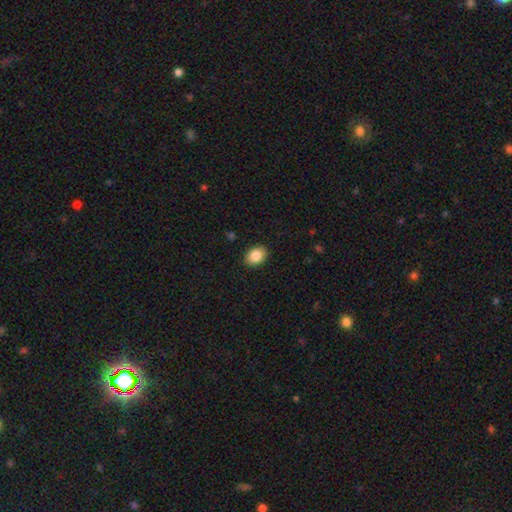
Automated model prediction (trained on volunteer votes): Q: Smooth or featured?
A: smooth (86%); runner-up: star or artifact (8%)
Q: How rounded?
A: in between (67%); runner-up: round (32%)
Q: Merging?
A: none (90%); runner-up: minor disturbance (7%)